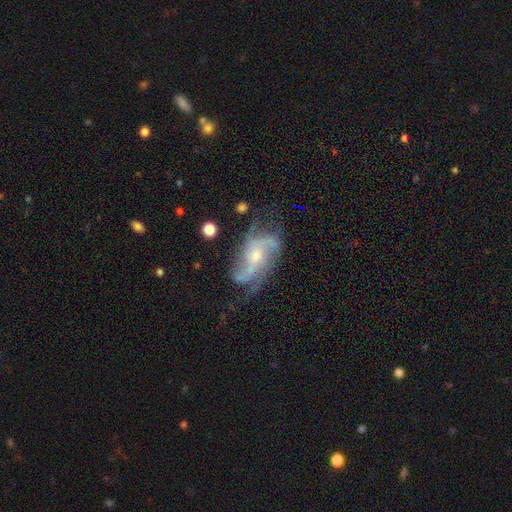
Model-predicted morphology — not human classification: smooth_or_featured: featured or disk (p=0.86) [alt: smooth p=0.07]
disk_edge_on: no (p=0.96) [alt: yes p=0.04]
bar: no (p=0.57) [alt: weak p=0.34]
has_spiral_arms: yes (p=0.95) [alt: no p=0.05]
spiral_winding: medium (p=0.43) [alt: loose p=0.38]
spiral_arm_count: 2 (p=0.33) [alt: 3 p=0.31]
bulge_size: moderate (p=0.53) [alt: small p=0.37]
merging: none (p=0.59) [alt: minor disturbance p=0.21]